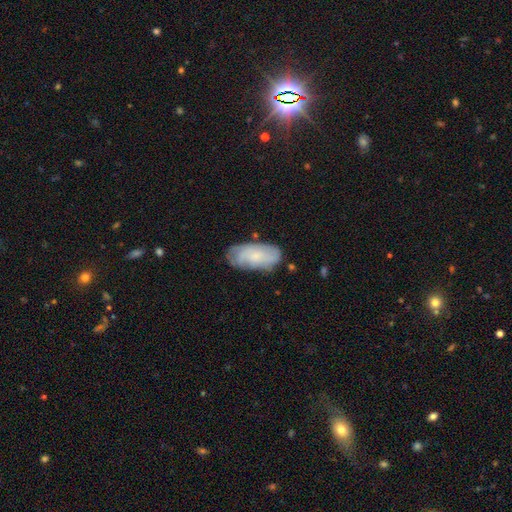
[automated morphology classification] A smooth galaxy with no disk features (48%).

Vote fractions:
- Smooth or featured? smooth: 48% / featured or disk: 45% / star or artifact: 8%
- Merging? none: 69% / minor disturbance: 23% / major disturbance: 6% / merger: 2%